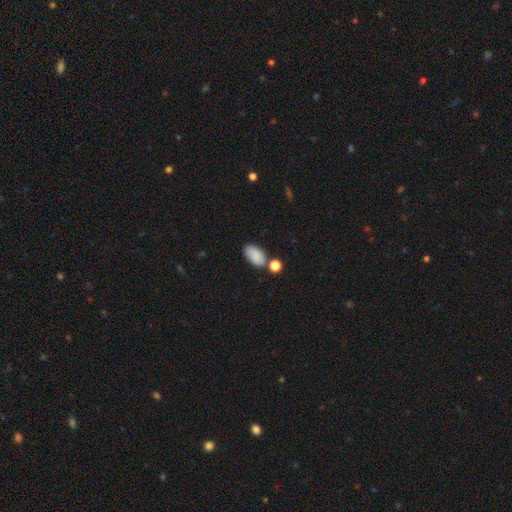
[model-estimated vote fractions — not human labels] Smooth or featured? Predicted: smooth (p=0.79). How rounded? Predicted: in between (p=0.92). Merging? Predicted: none (p=0.63).